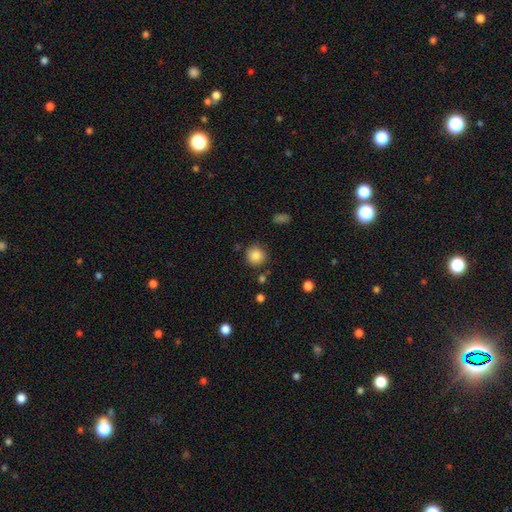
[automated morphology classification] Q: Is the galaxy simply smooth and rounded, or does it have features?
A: smooth — 85%.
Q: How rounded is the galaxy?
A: round — 91%.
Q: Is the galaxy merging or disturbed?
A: none — 84%.